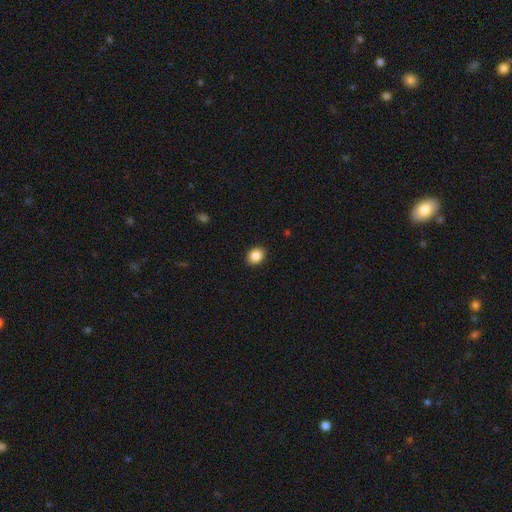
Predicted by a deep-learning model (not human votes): Smooth or featured?
  - smooth: 87% *
  - star or artifact: 9%
  - featured or disk: 4%
How rounded?
  - in between: 52% *
  - round: 47%
  - cigar-shaped: 1%
Merging?
  - none: 90% *
  - minor disturbance: 7%
  - major disturbance: 2%
  - merger: 1%